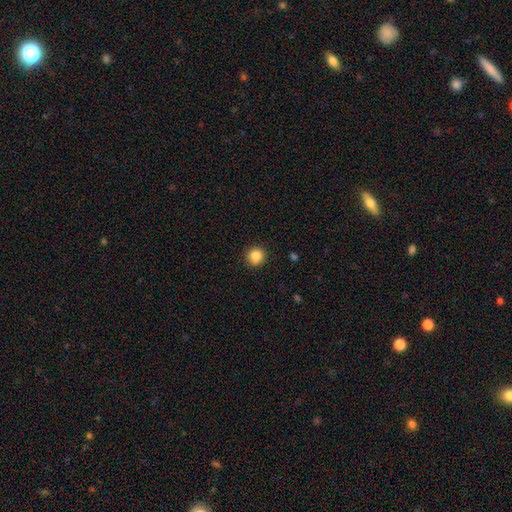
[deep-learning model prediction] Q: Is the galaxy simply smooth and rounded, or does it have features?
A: smooth — 85%.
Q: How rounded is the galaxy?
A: round — 90%.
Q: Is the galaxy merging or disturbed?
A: none — 84%.